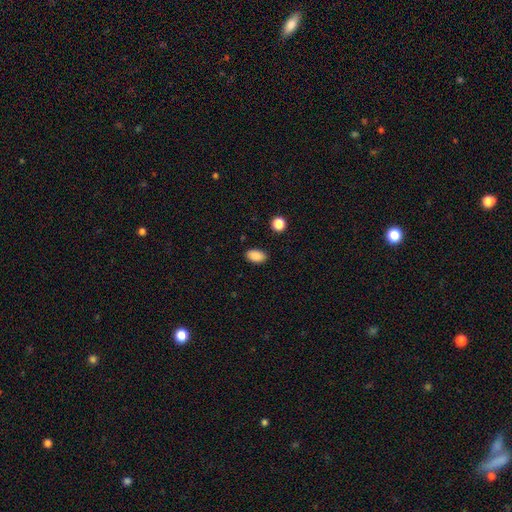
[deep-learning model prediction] A smooth galaxy with no disk features (88%) that is in between round and cigar-shaped (92%). Merging: none (88%).